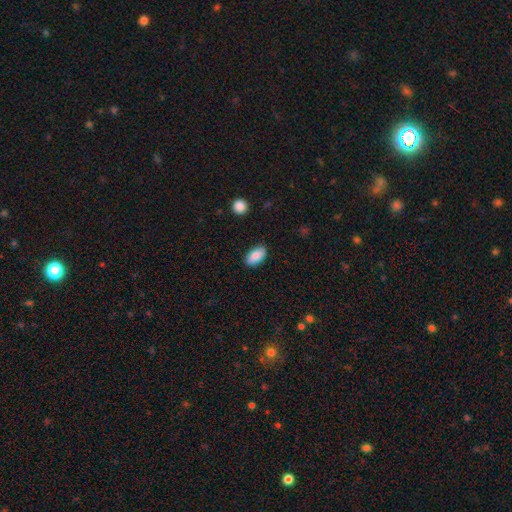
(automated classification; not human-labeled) Q: Smooth or featured?
A: smooth (87%); runner-up: star or artifact (7%)
Q: How rounded?
A: in between (93%); runner-up: round (3%)
Q: Merging?
A: none (87%); runner-up: minor disturbance (9%)